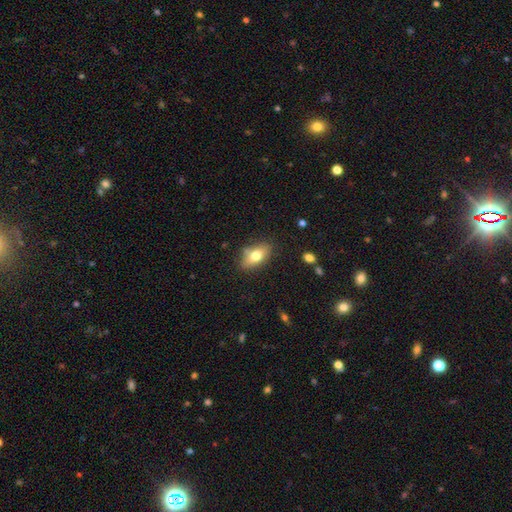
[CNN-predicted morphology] Smooth or featured? smooth (72%)
How rounded? in between (86%)
Merging? none (78%)